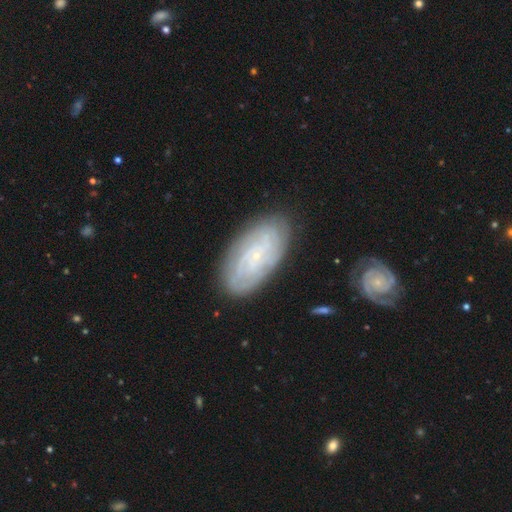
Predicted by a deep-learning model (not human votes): Overall: featured or disk (73%). Edge-on disk: no (93%). Bar: no (70%). Spiral arms: yes (90%). Spiral arm count: can't tell (48%; 2 15%). Spiral winding: tight (72%). Bulge size: small (87%). Merging: none (80%).